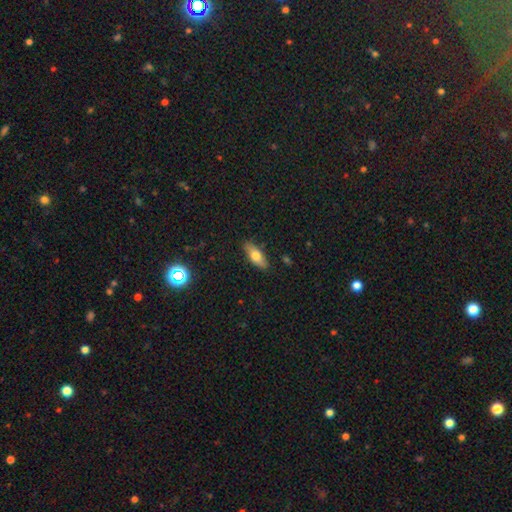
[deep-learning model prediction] Overall: smooth (67%). How rounded: in between (70%). Merging: none (86%).